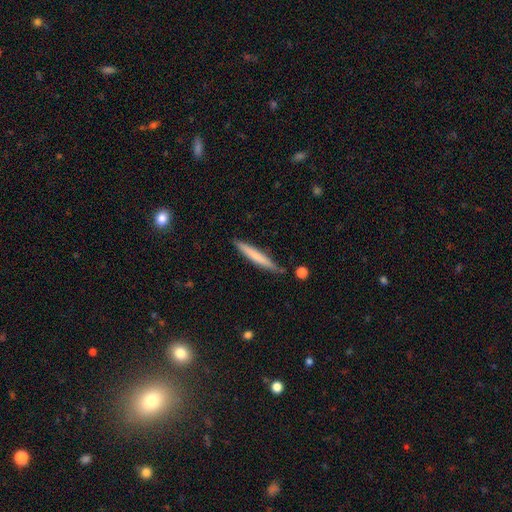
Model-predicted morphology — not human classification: The model was most divided on "smooth or featured": smooth: 68%, featured or disk: 26%, star or artifact: 6%. More confident: how rounded — cigar-shaped (95%); merging — none (83%).